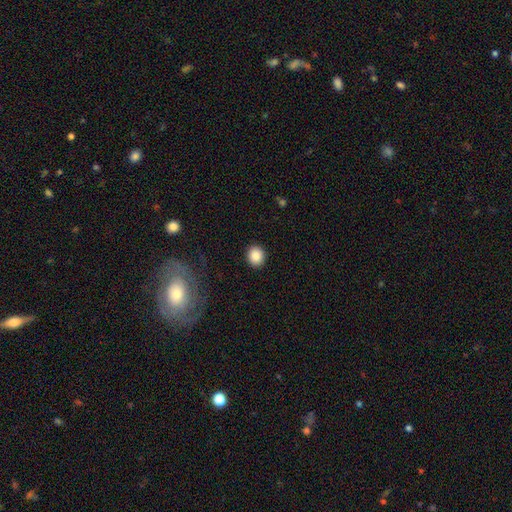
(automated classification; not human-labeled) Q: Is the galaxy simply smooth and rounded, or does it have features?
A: smooth — 87%.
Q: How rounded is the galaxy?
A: round — 79%.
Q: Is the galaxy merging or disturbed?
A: none — 91%.